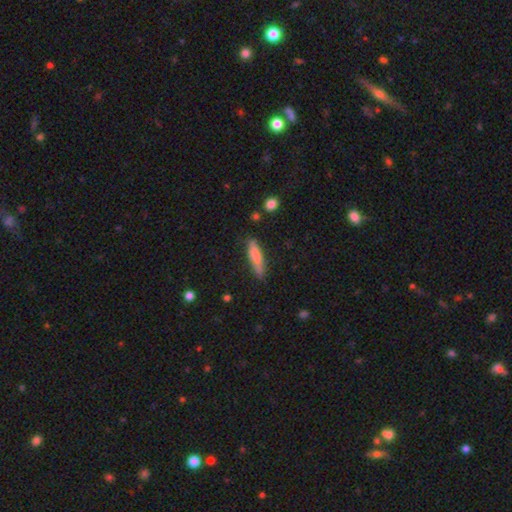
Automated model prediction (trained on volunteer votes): A smooth galaxy with no disk features (77%) that is cigar-shaped (78%).

Vote fractions:
- Smooth or featured? smooth: 77% / featured or disk: 17% / star or artifact: 6%
- How rounded? cigar-shaped: 78% / in between: 21% / round: 2%
- Merging? none: 74% / minor disturbance: 18% / major disturbance: 4% / merger: 3%